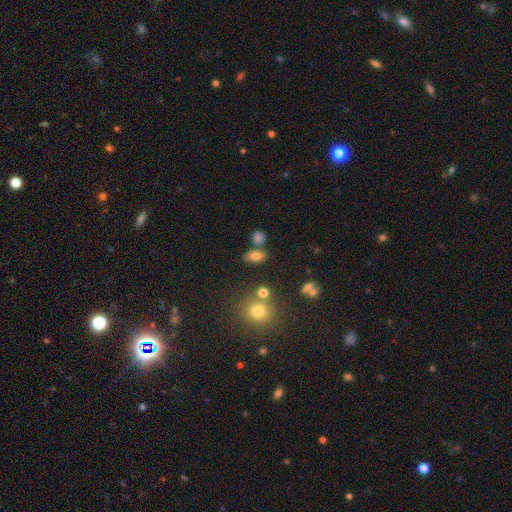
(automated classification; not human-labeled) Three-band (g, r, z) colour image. It shows a smooth galaxy with no disk features (76%) that is in between round and cigar-shaped (82%). Merging: none (69%).